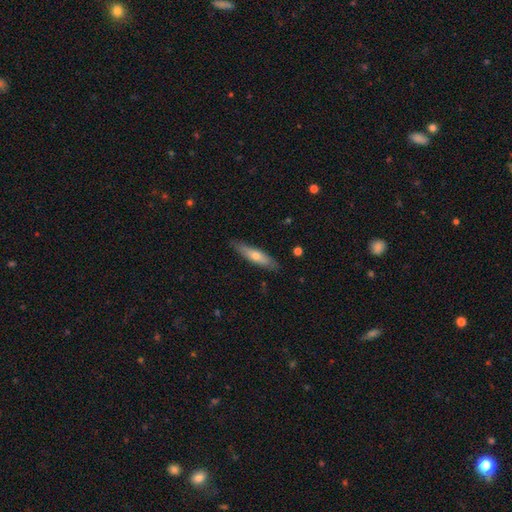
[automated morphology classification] A smooth galaxy with no disk features (57%) that is cigar-shaped (75%).

Vote fractions:
- Smooth or featured? smooth: 57% / featured or disk: 37% / star or artifact: 6%
- How rounded? cigar-shaped: 75% / in between: 23% / round: 2%
- Merging? none: 84% / minor disturbance: 13% / major disturbance: 2% / merger: 1%